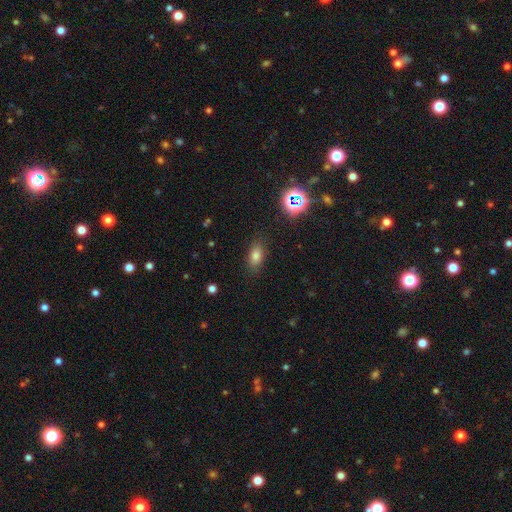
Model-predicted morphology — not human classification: Smooth or featured? Predicted: smooth (p=0.75). How rounded? Predicted: in between (p=0.83). Merging? Predicted: none (p=0.84).